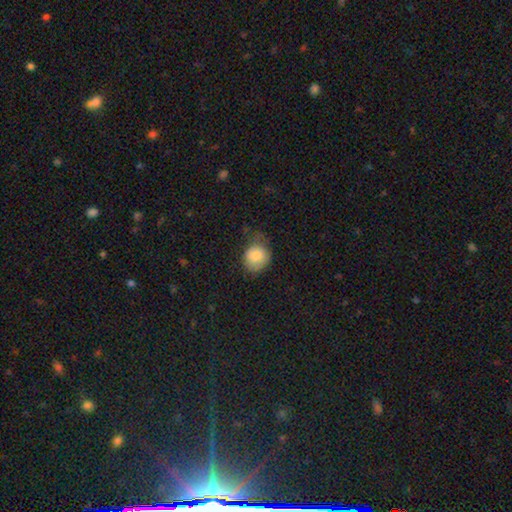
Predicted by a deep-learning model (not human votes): smooth-or-featured: smooth: 82% | featured or disk: 10% | star or artifact: 8%
  how-rounded: round: 64% | in between: 35% | cigar-shaped: 1%
  merging: none: 50% | minor disturbance: 35% | major disturbance: 13% | merger: 2%